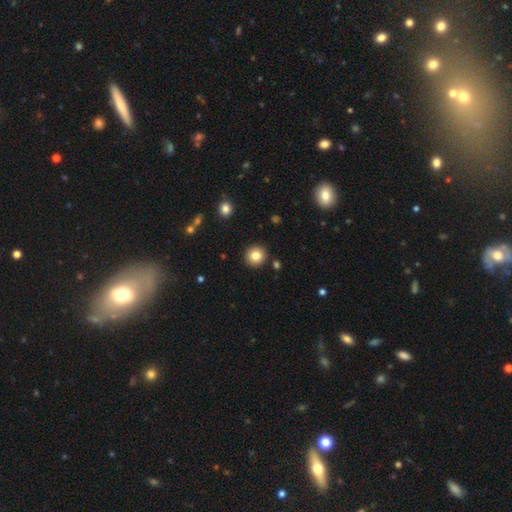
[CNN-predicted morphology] type=smooth (82%); roundness=round (94%); merging=none (91%).